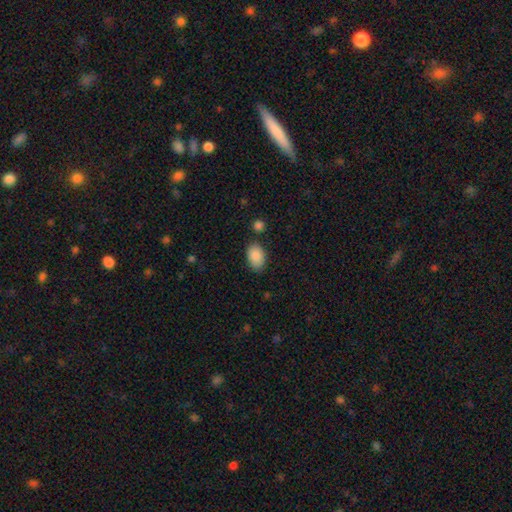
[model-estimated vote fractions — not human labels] smooth_or_featured: smooth (p=0.88) [alt: star or artifact p=0.07]
how_rounded: in between (p=0.90) [alt: round p=0.09]
merging: none (p=0.79) [alt: minor disturbance p=0.14]